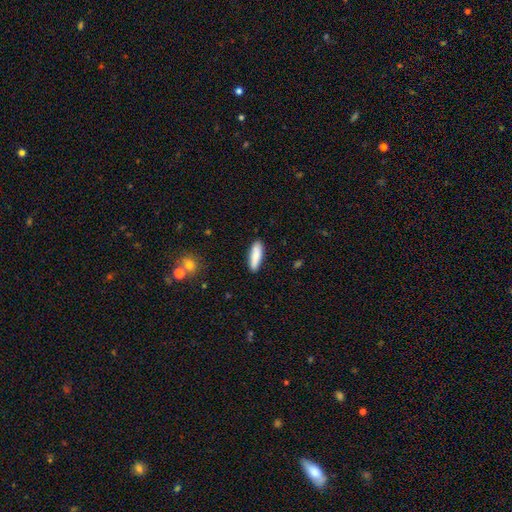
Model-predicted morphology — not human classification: smooth-or-featured: smooth: 86% | featured or disk: 8% | star or artifact: 6%
  how-rounded: cigar-shaped: 62% | in between: 36% | round: 2%
  merging: none: 87% | minor disturbance: 10% | major disturbance: 2% | merger: 2%